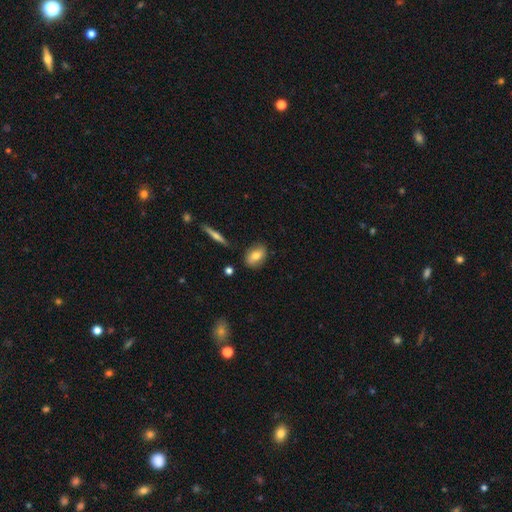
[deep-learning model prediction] Smooth or featured? Predicted: smooth (p=0.73). How rounded? Predicted: in between (p=0.80). Merging? Predicted: none (p=0.82).